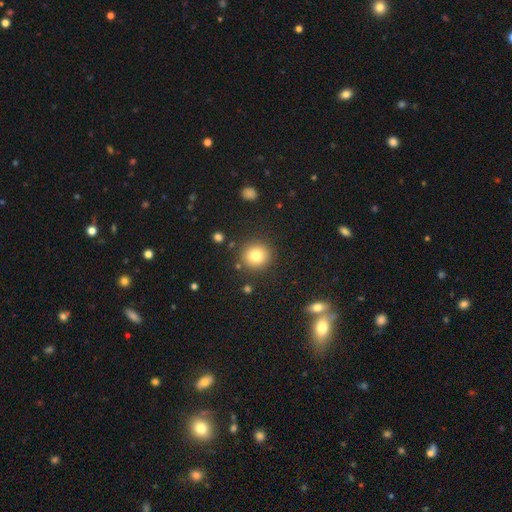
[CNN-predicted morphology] This is clearly a smooth galaxy (80%). How rounded: clearly round (92%). Merging: clearly none (88%).